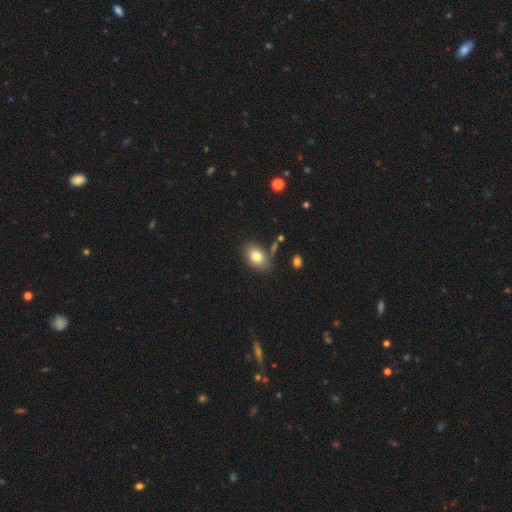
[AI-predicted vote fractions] The model was most divided on "merging": none: 76%, minor disturbance: 14%, merger: 6%, major disturbance: 4%. More confident: how rounded — in between (83%); smooth or featured — smooth (81%).